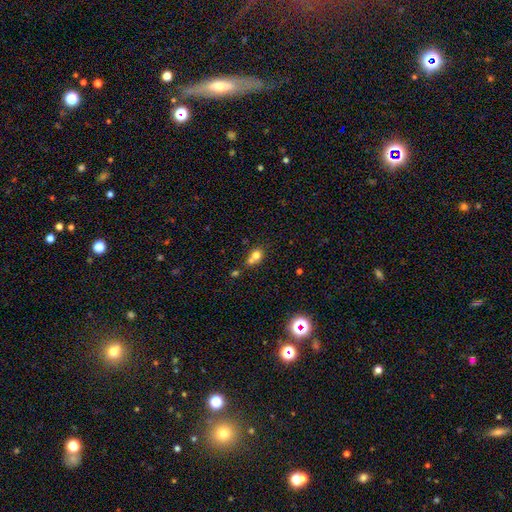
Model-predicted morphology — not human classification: Overall: smooth (74%). How rounded: round (66%; in between 33%). Merging: merger (52%; none 33%).